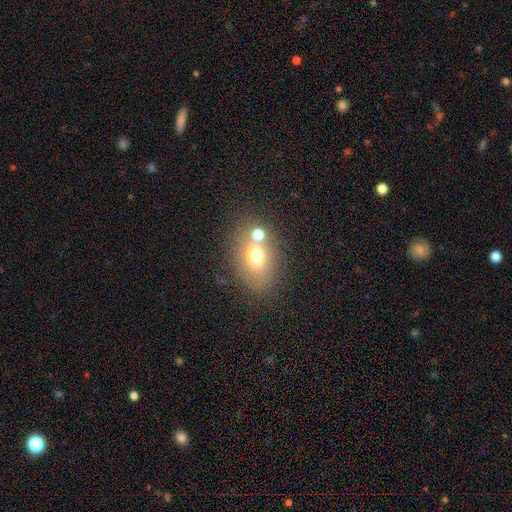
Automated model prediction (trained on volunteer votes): Q: Smooth or featured?
A: smooth (65%); runner-up: featured or disk (21%)
Q: How rounded?
A: in between (71%); runner-up: round (28%)
Q: Merging?
A: none (57%); runner-up: merger (25%)